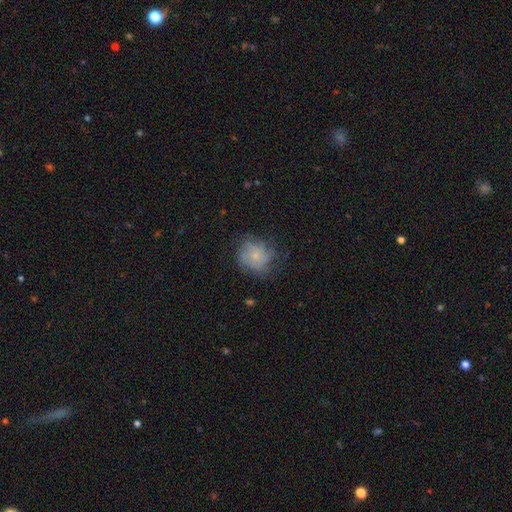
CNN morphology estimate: Q: Smooth or featured?
A: smooth (55%); runner-up: featured or disk (35%)
Q: How rounded?
A: round (80%); runner-up: in between (19%)
Q: Merging?
A: none (60%); runner-up: minor disturbance (25%)